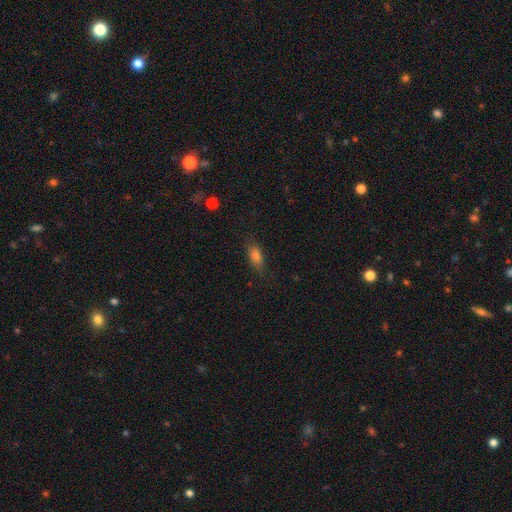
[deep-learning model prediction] Smooth or featured? Predicted: smooth (p=0.75). How rounded? Predicted: in between (p=0.75). Merging? Predicted: none (p=0.75).